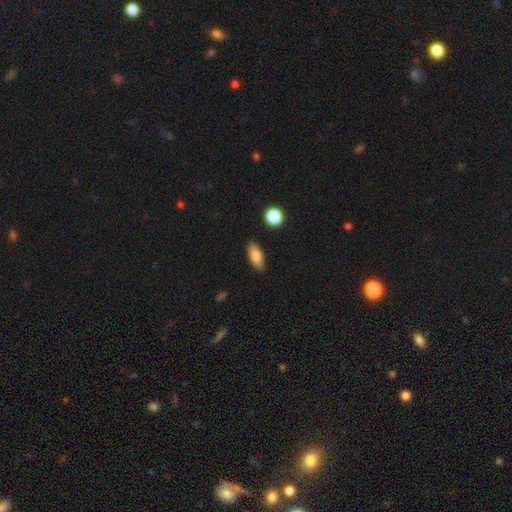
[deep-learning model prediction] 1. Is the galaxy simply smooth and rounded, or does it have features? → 82% smooth, 11% featured or disk, 7% star or artifact.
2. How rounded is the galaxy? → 76% in between, 20% cigar-shaped, 3% round.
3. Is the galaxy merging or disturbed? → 86% none, 10% minor disturbance, 2% major disturbance, 2% merger.